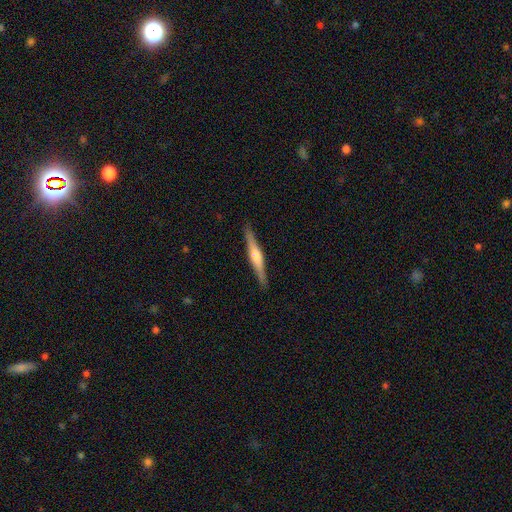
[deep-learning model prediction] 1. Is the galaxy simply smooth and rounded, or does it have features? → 65% featured or disk, 29% smooth, 5% star or artifact.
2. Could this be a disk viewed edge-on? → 97% yes, 3% no.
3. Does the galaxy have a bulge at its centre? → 82% rounded, 9% none, 9% boxy.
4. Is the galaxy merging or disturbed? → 91% none, 7% minor disturbance, 1% major disturbance, 1% merger.